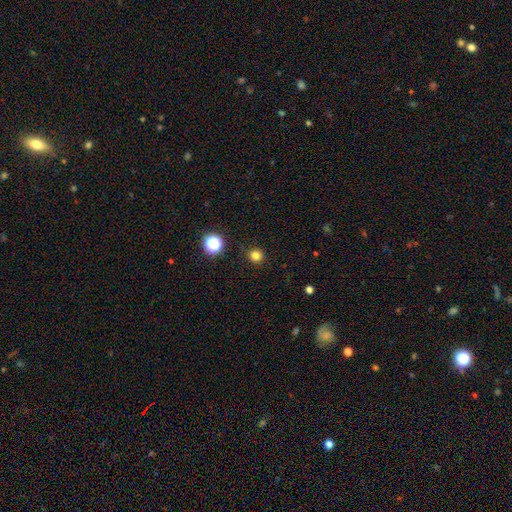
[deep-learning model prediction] Overall: smooth (81%). How rounded: round (95%). Merging: none (92%).